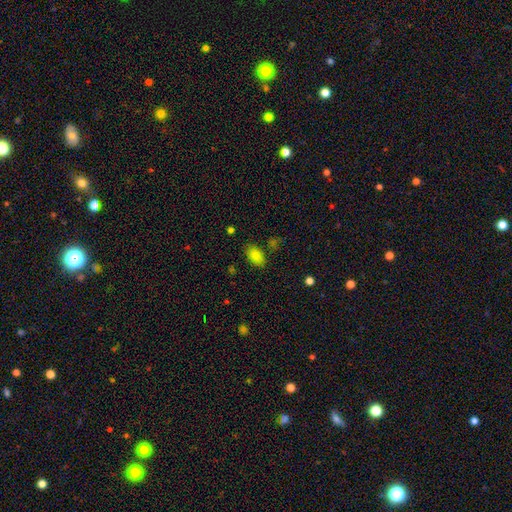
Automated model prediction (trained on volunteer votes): Smooth or featured?
  - smooth: 84% *
  - star or artifact: 10%
  - featured or disk: 6%
How rounded?
  - in between: 91% *
  - round: 8%
  - cigar-shaped: 2%
Merging?
  - none: 81% *
  - minor disturbance: 12%
  - merger: 3%
  - major disturbance: 3%